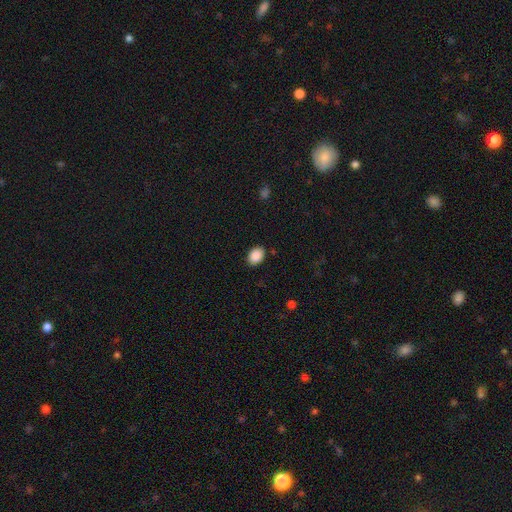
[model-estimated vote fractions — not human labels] This appears to be a smooth galaxy with no disk features (89%) that is in between round and cigar-shaped (70%). Merging: none (87%).